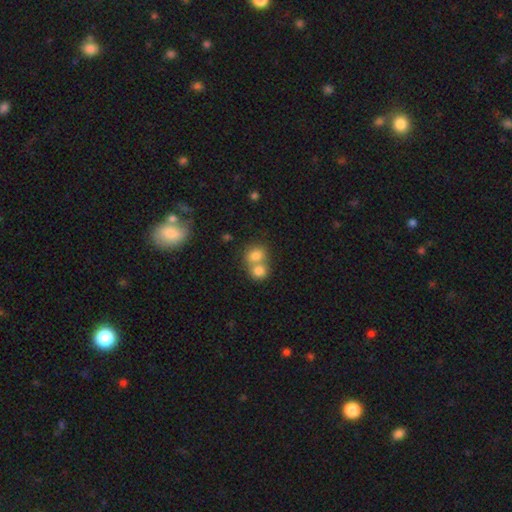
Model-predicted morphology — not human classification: Smooth or featured?
  - smooth: 78% *
  - featured or disk: 12%
  - star or artifact: 10%
How rounded?
  - round: 65% *
  - in between: 33%
  - cigar-shaped: 1%
Merging?
  - merger: 63% *
  - none: 29%
  - minor disturbance: 6%
  - major disturbance: 2%